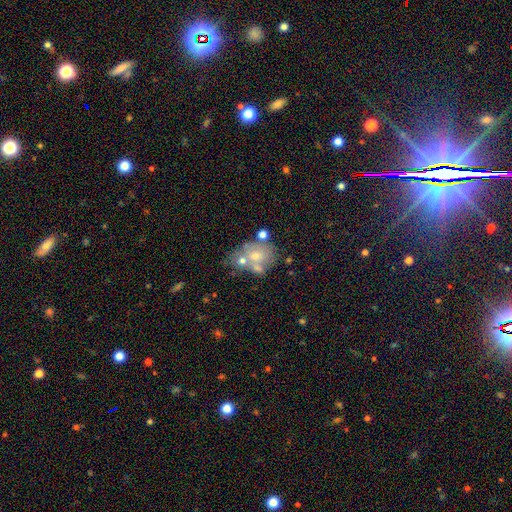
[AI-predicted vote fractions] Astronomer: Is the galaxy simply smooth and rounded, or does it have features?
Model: smooth — 44% (runner-up: featured or disk, 43%).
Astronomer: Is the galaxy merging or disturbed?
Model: merger — 39% (runner-up: none, 36%).